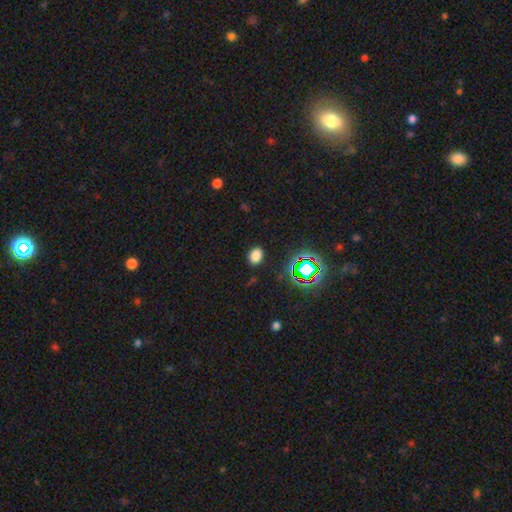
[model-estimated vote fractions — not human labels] This is likely a smooth galaxy (76%). How rounded: likely in between (64%). Merging: clearly none (86%).